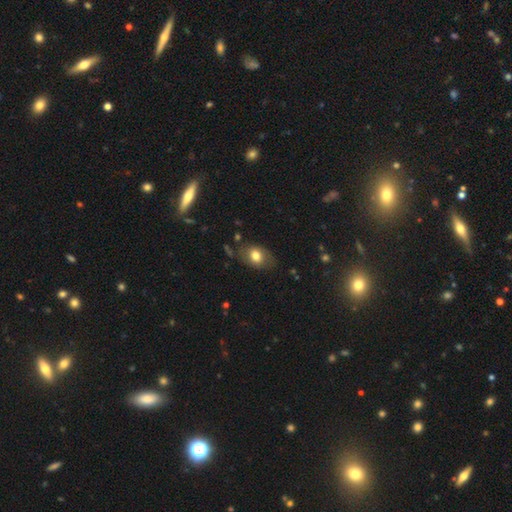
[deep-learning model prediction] smooth 75%, featured or disk 17%, star or artifact 8%. Down the decision tree: how rounded — in between (74%); merging — none (71%).